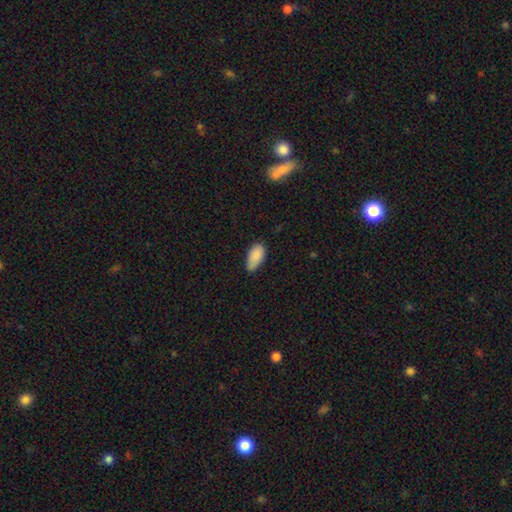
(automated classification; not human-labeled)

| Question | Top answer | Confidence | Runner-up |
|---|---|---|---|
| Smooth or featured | smooth | 87% | star or artifact (7%) |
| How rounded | in between | 93% | cigar-shaped (4%) |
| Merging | none | 54% | minor disturbance (38%) |